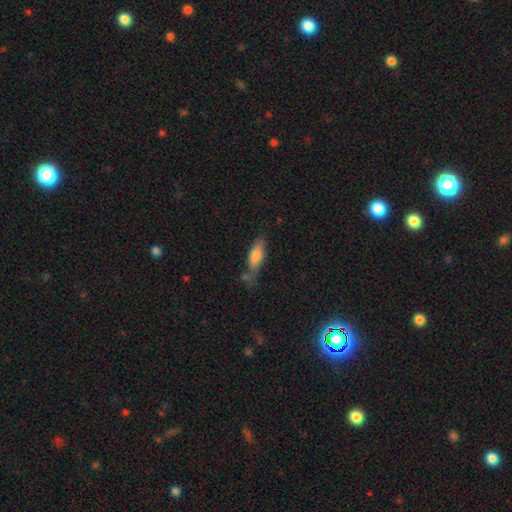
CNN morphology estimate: A smooth galaxy with no disk features (76%) that is in between round and cigar-shaped (55%). Merging: none (56%).